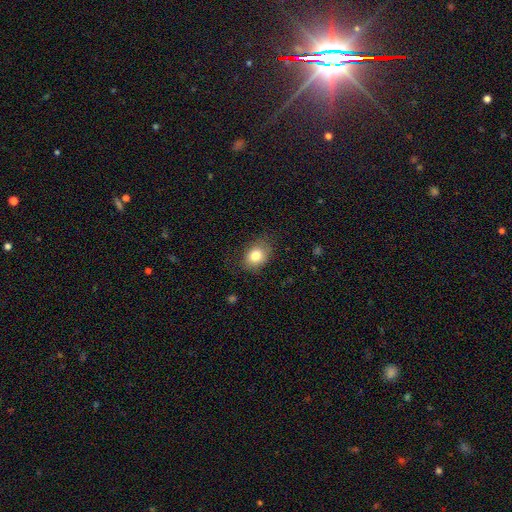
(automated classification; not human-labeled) Smooth or featured? Predicted: smooth (p=0.81). How rounded? Predicted: in between (p=0.59). Merging? Predicted: none (p=0.75).